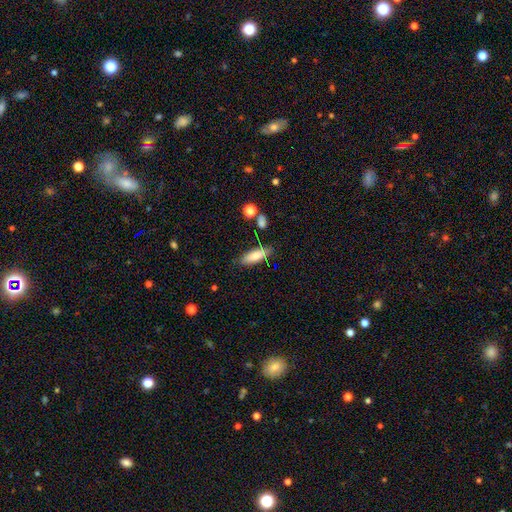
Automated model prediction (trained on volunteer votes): smooth 75%, featured or disk 17%, star or artifact 7%. Down the decision tree: how rounded — in between (58%); merging — none (75%).